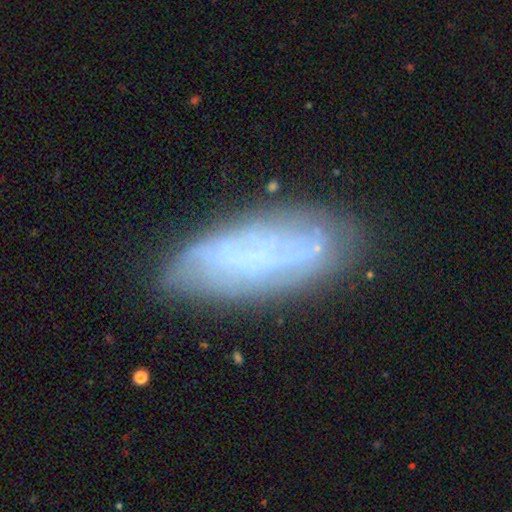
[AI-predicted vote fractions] Morphology: type=featured or disk (53%); edge-on=no (83%); merging=none (71%).